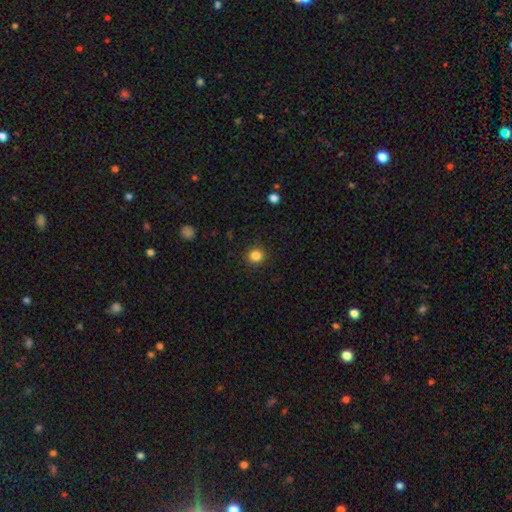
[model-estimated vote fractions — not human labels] This is clearly a smooth galaxy (85%). How rounded: clearly round (86%). Merging: clearly none (90%).